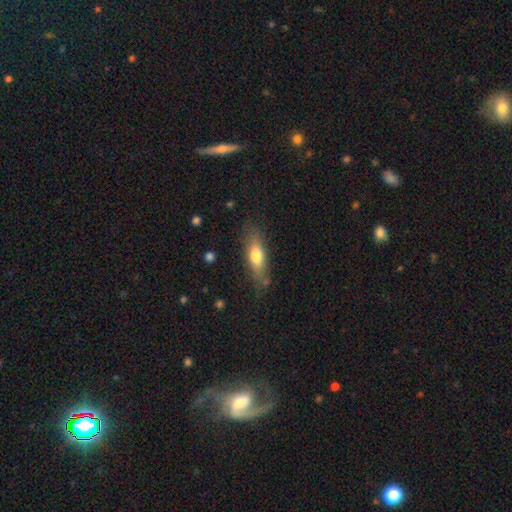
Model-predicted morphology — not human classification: The model was most divided on "how rounded": in between: 54%, cigar-shaped: 42%, round: 3%. More confident: merging — none (75%); smooth or featured — smooth (68%).